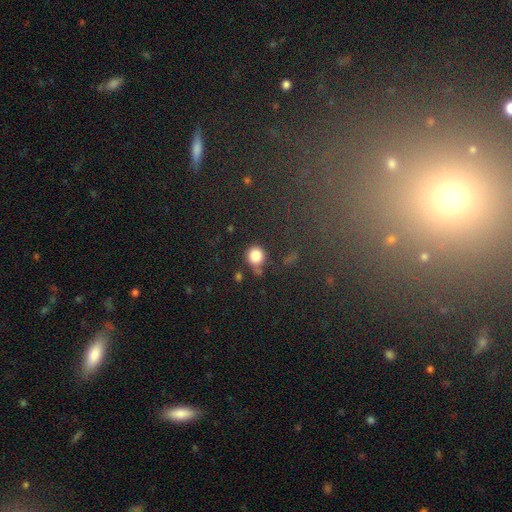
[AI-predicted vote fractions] Smooth or featured?
  - smooth: 84% *
  - star or artifact: 10%
  - featured or disk: 6%
How rounded?
  - round: 85% *
  - in between: 13%
  - cigar-shaped: 1%
Merging?
  - none: 60% *
  - minor disturbance: 23%
  - merger: 9%
  - major disturbance: 8%